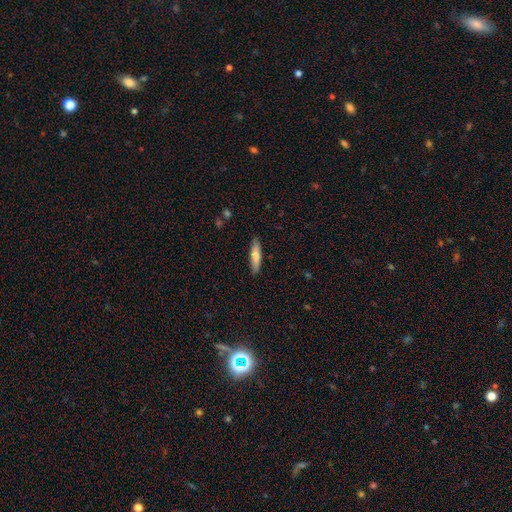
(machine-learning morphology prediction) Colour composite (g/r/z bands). It shows a smooth galaxy with no disk features (73%) that is cigar-shaped (73%). Merging: none (87%).